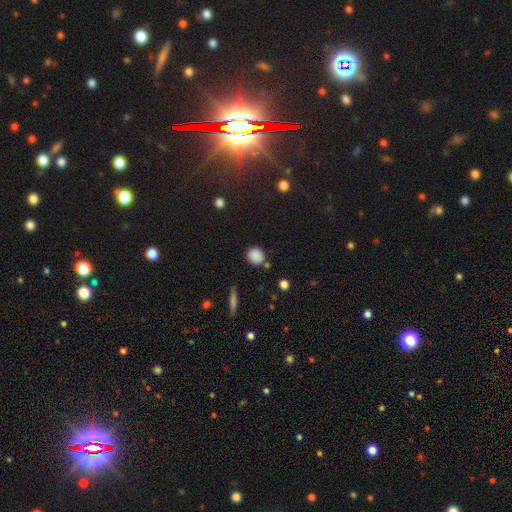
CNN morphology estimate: This appears to be a smooth galaxy with no disk features (86%) that is round (85%). Merging: none (79%).